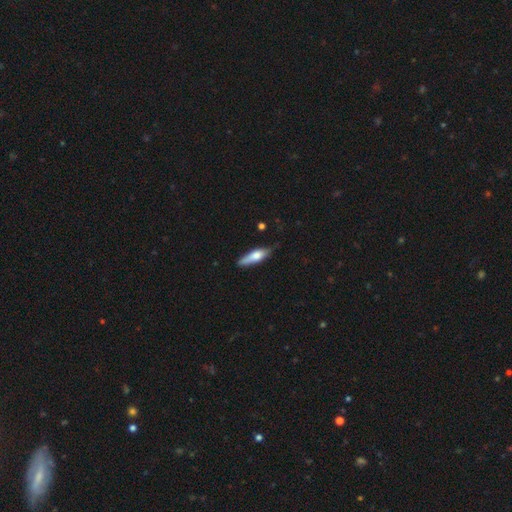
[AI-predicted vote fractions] A smooth galaxy with no disk features (64%) that is cigar-shaped (61%).

Vote fractions:
- Smooth or featured? smooth: 64% / featured or disk: 30% / star or artifact: 6%
- How rounded? cigar-shaped: 61% / in between: 37% / round: 2%
- Merging? none: 68% / minor disturbance: 26% / major disturbance: 4% / merger: 2%